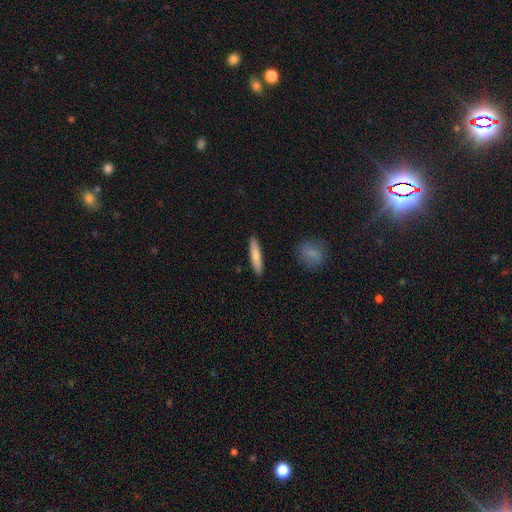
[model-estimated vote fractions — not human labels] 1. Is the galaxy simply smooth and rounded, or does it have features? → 77% smooth, 18% featured or disk, 6% star or artifact.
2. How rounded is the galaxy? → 85% cigar-shaped, 13% in between, 2% round.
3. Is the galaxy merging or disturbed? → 90% none, 6% minor disturbance, 2% merger, 2% major disturbance.